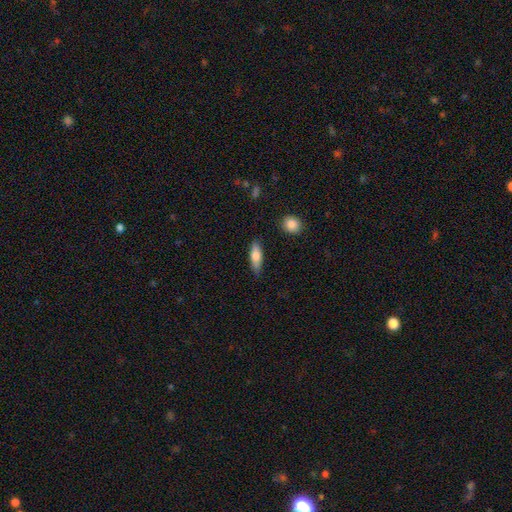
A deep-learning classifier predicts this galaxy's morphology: smooth-or-featured: smooth: 74% | featured or disk: 20% | star or artifact: 6%
  how-rounded: in between: 53% | cigar-shaped: 45% | round: 3%
  merging: none: 81% | minor disturbance: 14% | major disturbance: 3% | merger: 2%